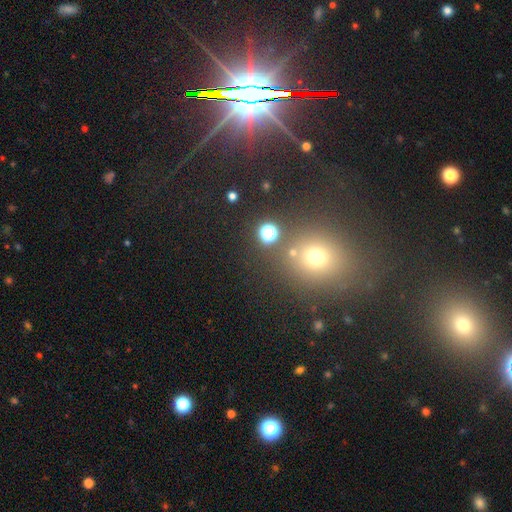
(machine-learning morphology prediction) star or artifact 48%, smooth 41%, featured or disk 11%.